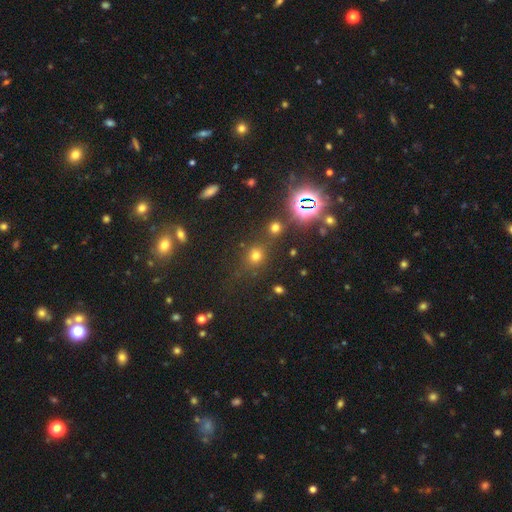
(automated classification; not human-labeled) The model was most divided on "smooth or featured": smooth: 57%, star or artifact: 34%, featured or disk: 8%. More confident: how rounded — round (80%); merging — none (77%).